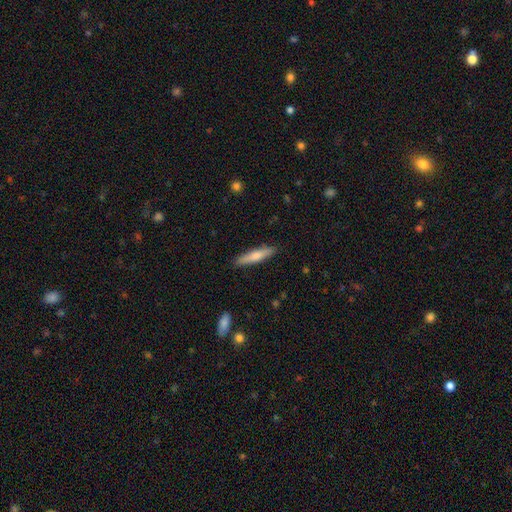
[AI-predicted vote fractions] A smooth galaxy with no disk features (70%) that is cigar-shaped (86%).

Vote fractions:
- Smooth or featured? smooth: 70% / featured or disk: 25% / star or artifact: 5%
- How rounded? cigar-shaped: 86% / in between: 12% / round: 1%
- Merging? none: 89% / minor disturbance: 8% / major disturbance: 2% / merger: 1%